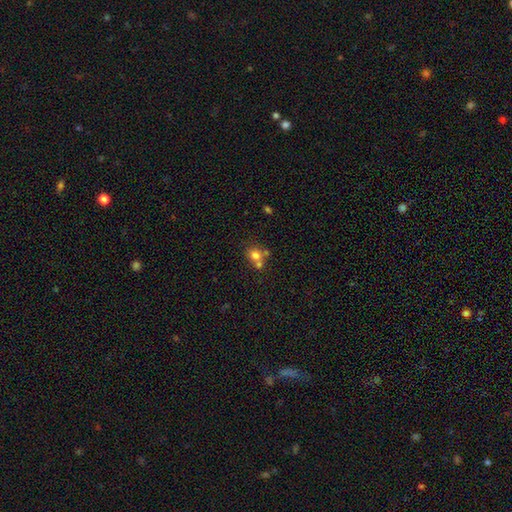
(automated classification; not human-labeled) Morphology: type=smooth (74%); roundness=round (79%); merging=none (44%, tied with merger).